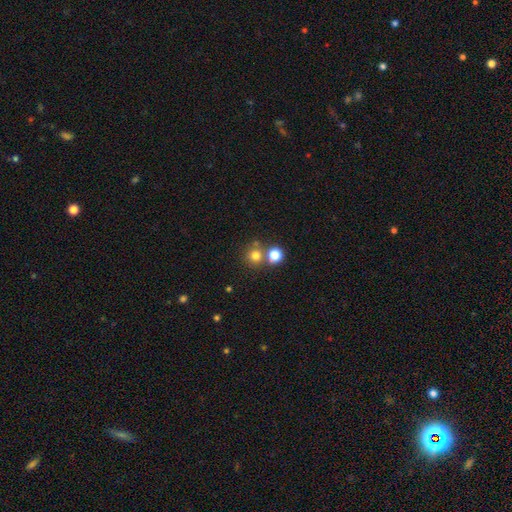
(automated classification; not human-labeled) Smooth or featured? Predicted: smooth (p=0.76). How rounded? Predicted: round (p=0.91). Merging? Predicted: none (p=0.65).